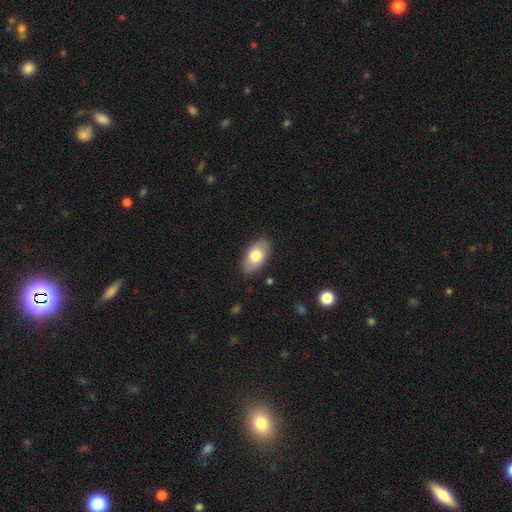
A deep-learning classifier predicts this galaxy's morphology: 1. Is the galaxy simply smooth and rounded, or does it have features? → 73% smooth, 21% featured or disk, 6% star or artifact.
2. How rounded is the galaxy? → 94% in between, 4% round, 2% cigar-shaped.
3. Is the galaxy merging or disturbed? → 85% none, 11% minor disturbance, 3% major disturbance, 1% merger.